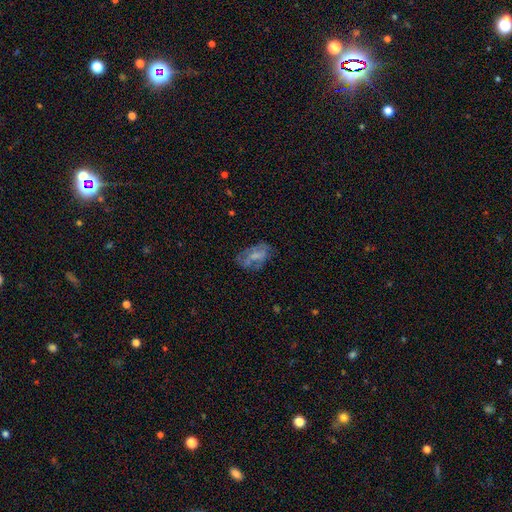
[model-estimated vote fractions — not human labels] Smooth or featured? featured or disk (46%)
Merging? none (54%)